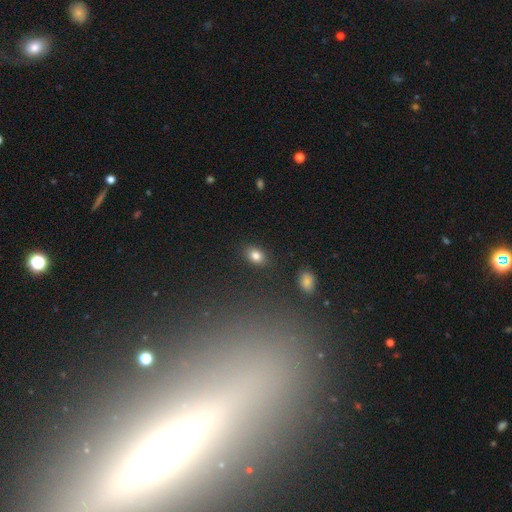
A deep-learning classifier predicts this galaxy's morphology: A smooth galaxy with no disk features (83%) that is in between round and cigar-shaped (75%). Merging: none (85%).